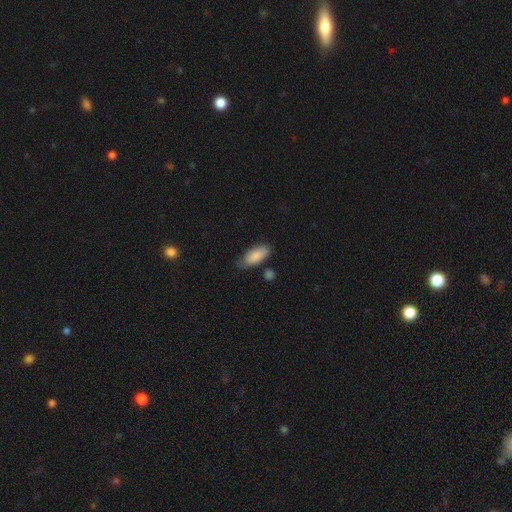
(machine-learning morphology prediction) Smooth or featured? smooth (84%)
How rounded? in between (86%)
Merging? none (65%)